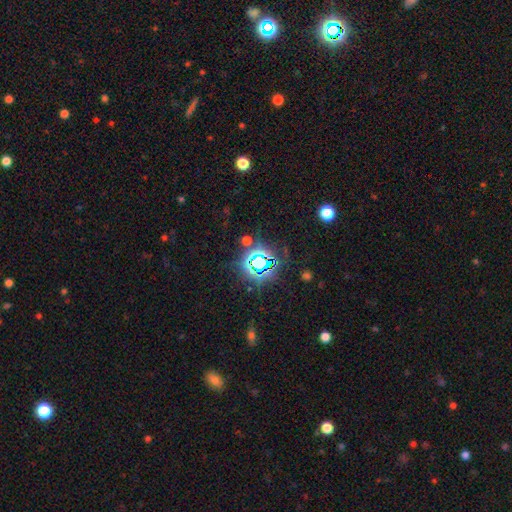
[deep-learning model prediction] Smooth or featured: star or artifact — 75% (smooth — 16%)